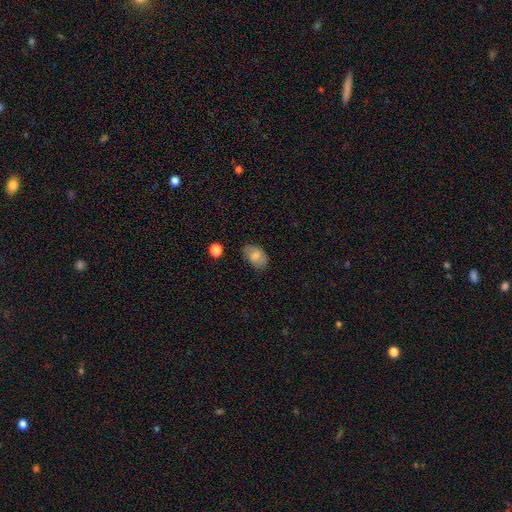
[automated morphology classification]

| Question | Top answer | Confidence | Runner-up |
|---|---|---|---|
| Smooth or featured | smooth | 75% | featured or disk (17%) |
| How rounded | in between | 86% | round (12%) |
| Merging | none | 75% | minor disturbance (19%) |